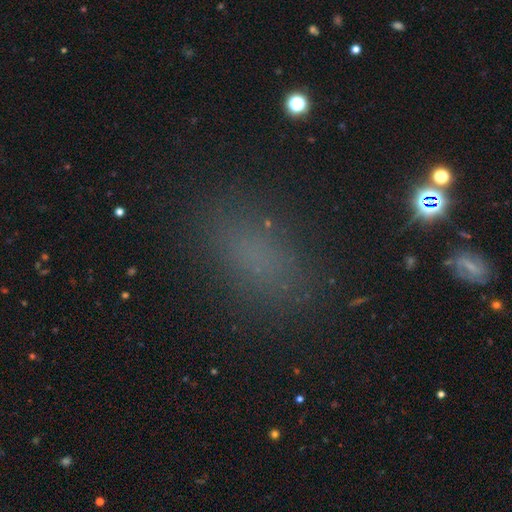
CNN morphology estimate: The model was most divided on "smooth or featured": smooth: 71%, star or artifact: 20%, featured or disk: 8%. More confident: how rounded — in between (83%); merging — none (80%).